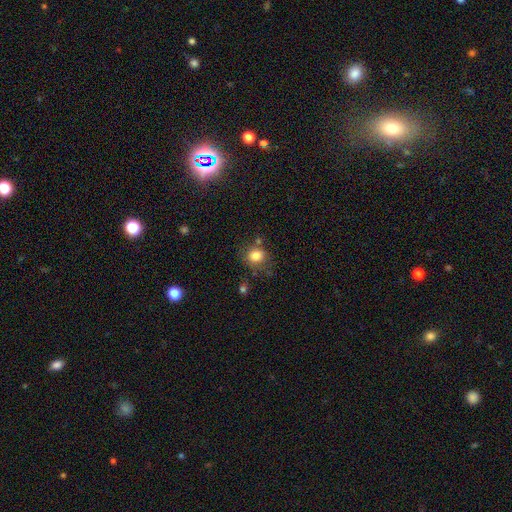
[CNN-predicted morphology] Smooth or featured?
  - smooth: 82% *
  - star or artifact: 11%
  - featured or disk: 7%
How rounded?
  - round: 67% *
  - in between: 32%
  - cigar-shaped: 1%
Merging?
  - none: 67% *
  - minor disturbance: 18%
  - merger: 9%
  - major disturbance: 7%